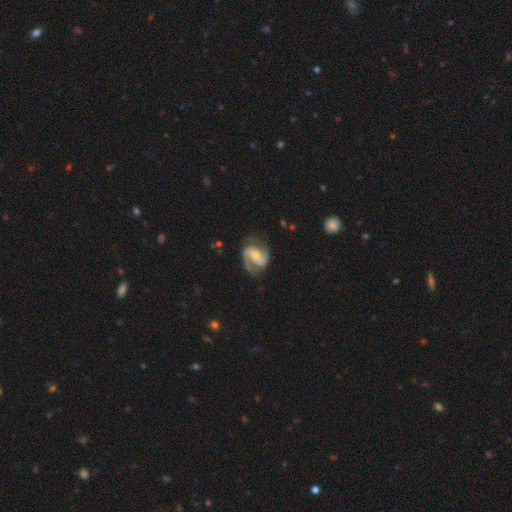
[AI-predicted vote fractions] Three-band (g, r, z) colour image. It shows a featured or disk galaxy (88%) with a weak bar (40%), 2 (90%) medium (54%) spiral arms (97%) and a moderate central bulge (51%). Merging: none (75%).